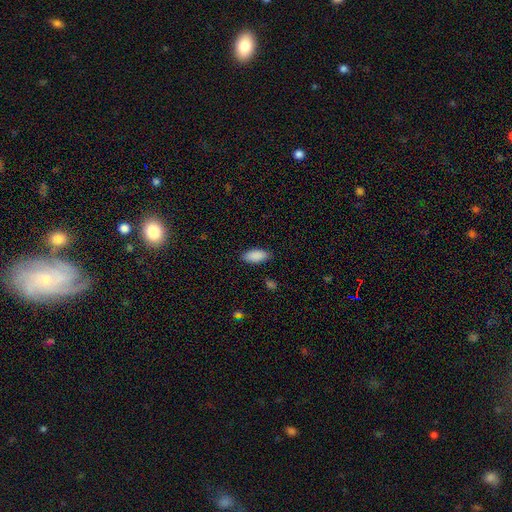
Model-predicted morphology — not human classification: type=smooth (90%); roundness=in between (88%); merging=none (87%).